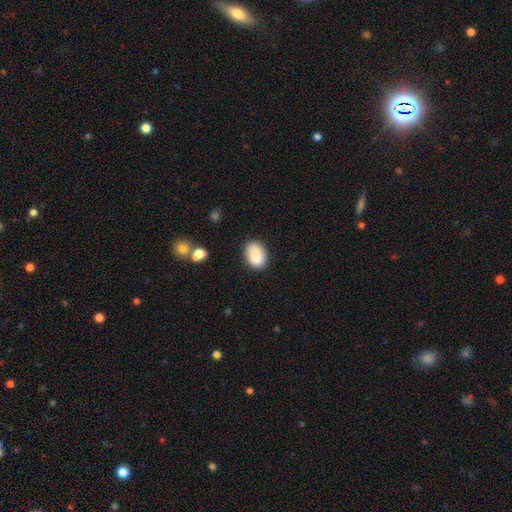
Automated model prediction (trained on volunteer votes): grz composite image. It shows a smooth galaxy with no disk features (84%) that is in between round and cigar-shaped (80%). Merging: none (76%).